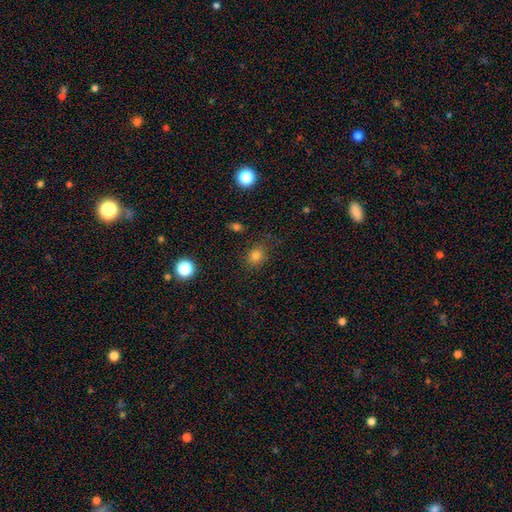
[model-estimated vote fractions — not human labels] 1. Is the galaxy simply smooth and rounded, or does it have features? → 79% smooth, 15% star or artifact, 6% featured or disk.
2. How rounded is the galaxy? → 69% round, 30% in between, 1% cigar-shaped.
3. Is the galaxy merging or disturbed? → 77% none, 15% minor disturbance, 5% major disturbance, 2% merger.